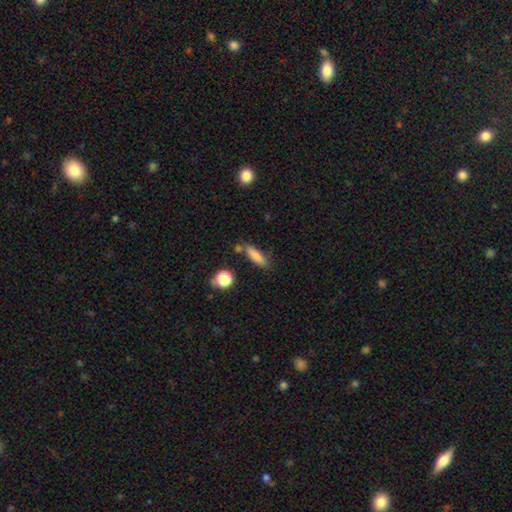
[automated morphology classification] This appears to be a smooth galaxy with no disk features (81%) that is cigar-shaped (53%). Merging: none (72%).